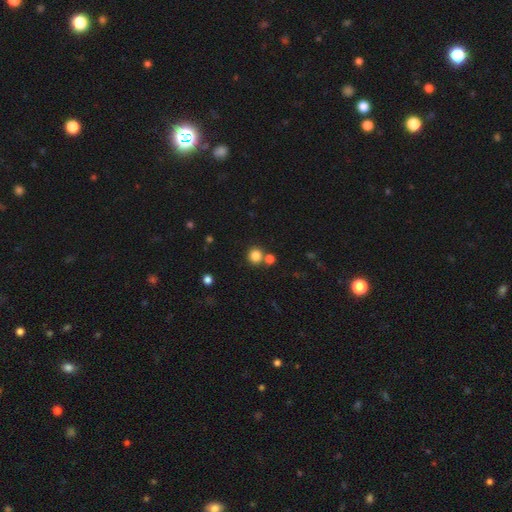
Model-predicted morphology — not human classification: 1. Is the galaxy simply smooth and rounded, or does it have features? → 83% smooth, 12% star or artifact, 5% featured or disk.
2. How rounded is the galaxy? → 89% round, 10% in between, 1% cigar-shaped.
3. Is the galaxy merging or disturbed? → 70% none, 20% merger, 7% minor disturbance, 3% major disturbance.